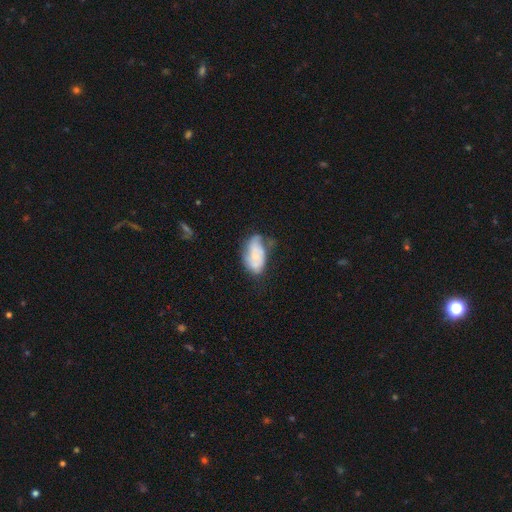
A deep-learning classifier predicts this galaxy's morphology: Smooth or featured? featured or disk (49%)
Merging? none (42%)